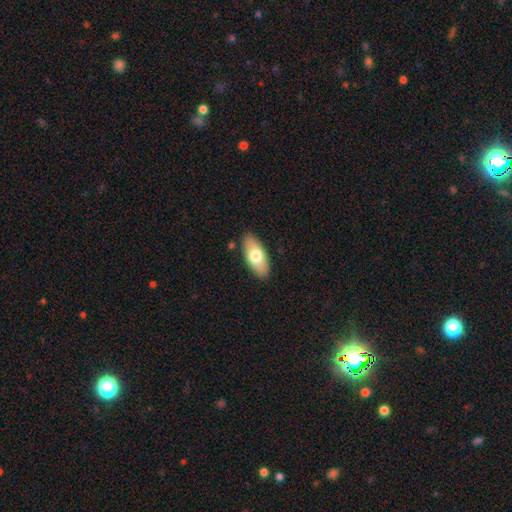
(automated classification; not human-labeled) smooth-or-featured: smooth: 69% | featured or disk: 25% | star or artifact: 6%
  how-rounded: in between: 88% | cigar-shaped: 9% | round: 3%
  merging: none: 87% | minor disturbance: 9% | major disturbance: 2% | merger: 1%